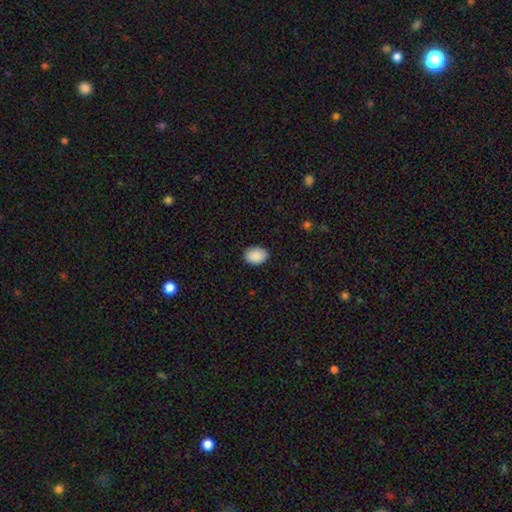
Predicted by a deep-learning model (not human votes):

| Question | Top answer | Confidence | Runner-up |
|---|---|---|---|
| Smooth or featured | smooth | 90% | star or artifact (7%) |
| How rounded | in between | 72% | round (27%) |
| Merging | none | 88% | minor disturbance (9%) |